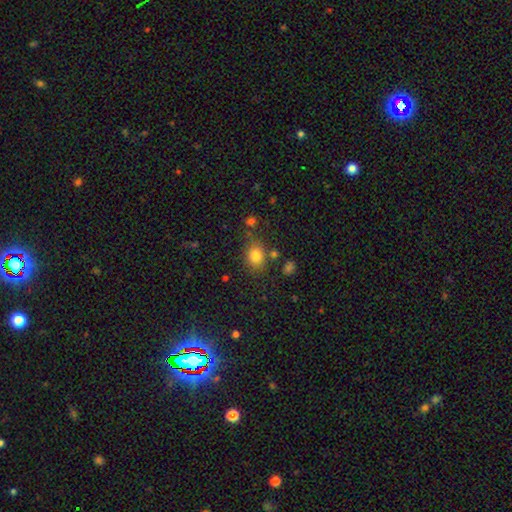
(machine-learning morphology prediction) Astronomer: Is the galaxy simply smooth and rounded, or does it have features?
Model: smooth — 81%.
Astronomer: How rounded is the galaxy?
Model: round — 53% (runner-up: in between, 46%).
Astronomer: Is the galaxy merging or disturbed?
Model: none — 73%.